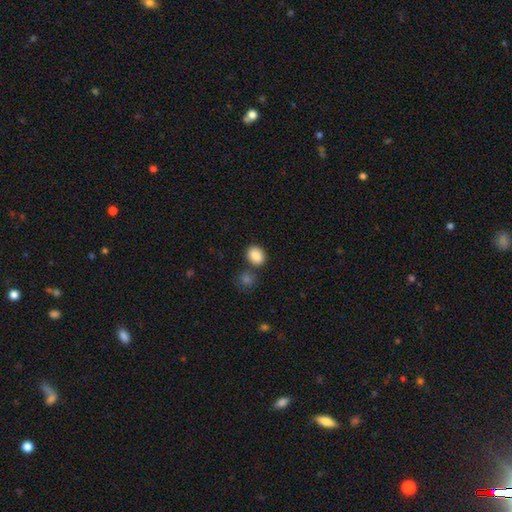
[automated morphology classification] smooth-or-featured: smooth: 87% | star or artifact: 8% | featured or disk: 4%
  how-rounded: round: 51% | in between: 48% | cigar-shaped: 1%
  merging: none: 73% | merger: 14% | minor disturbance: 11% | major disturbance: 3%